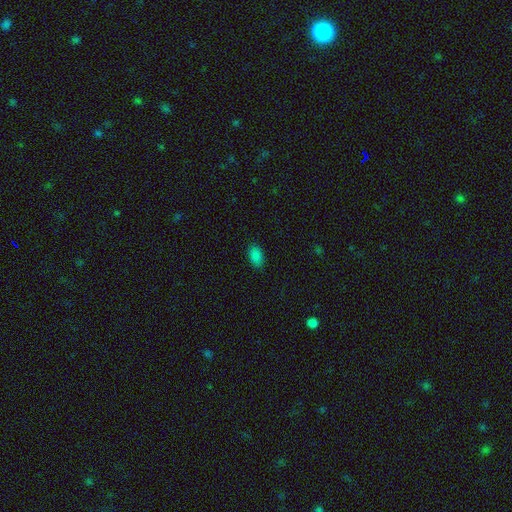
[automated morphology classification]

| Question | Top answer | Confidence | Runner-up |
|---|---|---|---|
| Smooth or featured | smooth | 85% | star or artifact (11%) |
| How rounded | in between | 93% | round (5%) |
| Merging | none | 87% | minor disturbance (10%) |